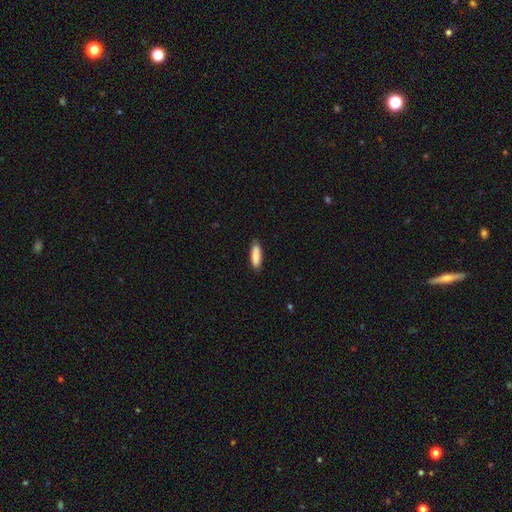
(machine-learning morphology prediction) smooth_or_featured: smooth (p=0.85) [alt: featured or disk p=0.09]
how_rounded: cigar-shaped (p=0.55) [alt: in between p=0.44]
merging: none (p=0.85) [alt: minor disturbance p=0.11]